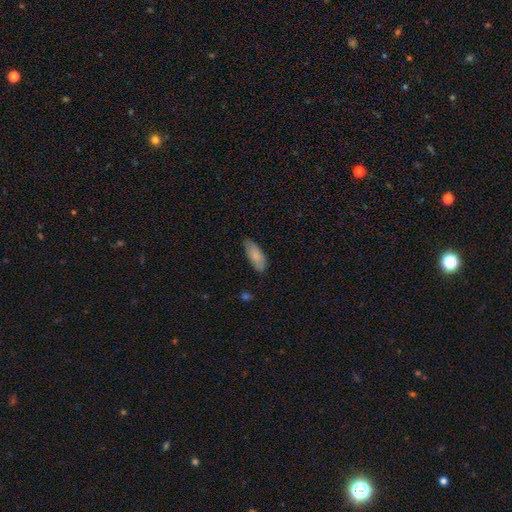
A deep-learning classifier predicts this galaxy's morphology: A smooth galaxy with no disk features (82%) that is in between round and cigar-shaped (78%).

Vote fractions:
- Smooth or featured? smooth: 82% / featured or disk: 12% / star or artifact: 6%
- How rounded? in between: 78% / cigar-shaped: 21% / round: 2%
- Merging? none: 76% / minor disturbance: 20% / major disturbance: 3% / merger: 1%